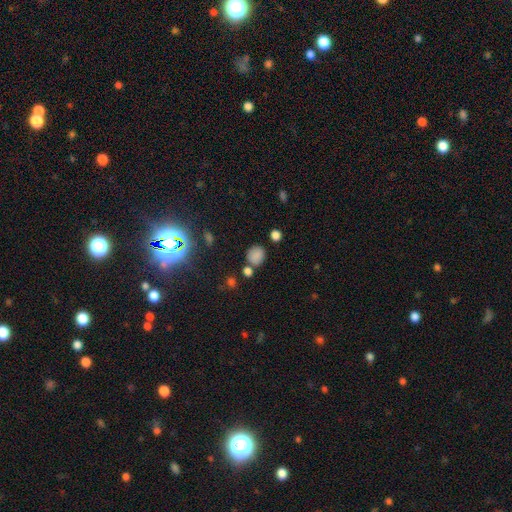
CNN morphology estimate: smooth_or_featured: smooth (p=0.77) [alt: star or artifact p=0.17]
how_rounded: round (p=0.69) [alt: in between p=0.30]
merging: none (p=0.71) [alt: minor disturbance p=0.13]